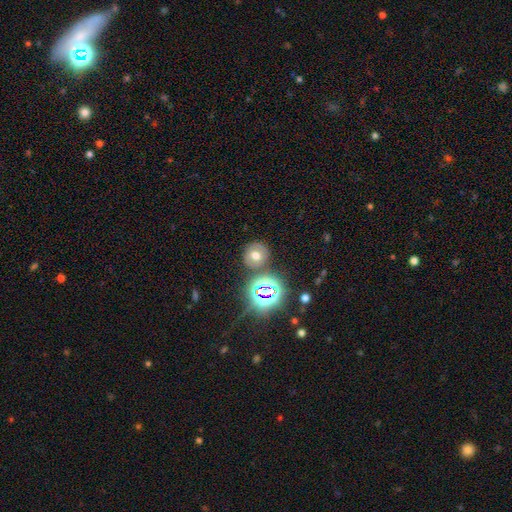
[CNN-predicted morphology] This is possibly a smooth galaxy (52%). How rounded: clearly round (86%). Merging: likely none (79%).